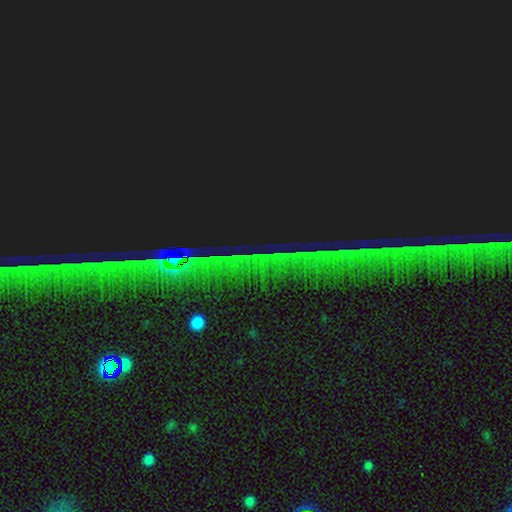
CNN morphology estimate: star or artifact 86%, featured or disk 8%, smooth 6%.